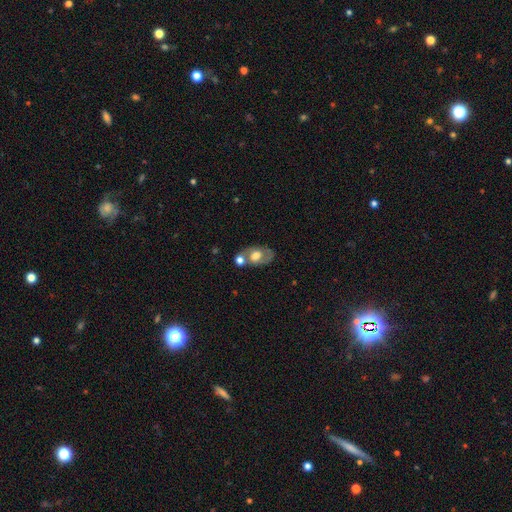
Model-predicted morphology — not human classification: The model was most divided on "merging": none: 45%, merger: 32%, minor disturbance: 15%, major disturbance: 7%. More confident: edge-on disk — no (94%); bar — no (67%); smooth or featured — featured or disk (57%); spiral arms — yes (57%); bulge size — moderate (53%).